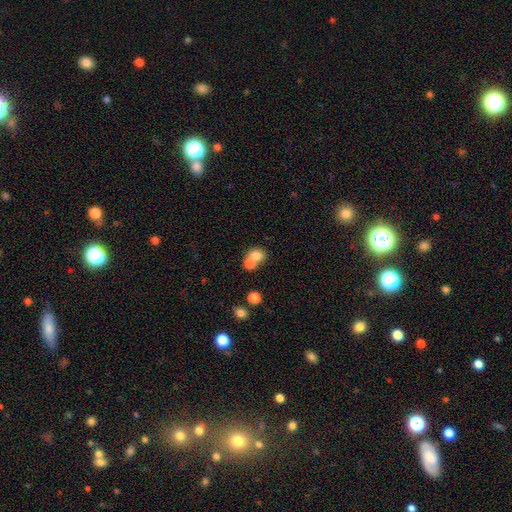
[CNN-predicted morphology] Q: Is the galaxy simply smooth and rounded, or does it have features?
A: smooth — 76%.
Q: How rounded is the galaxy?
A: round — 59%.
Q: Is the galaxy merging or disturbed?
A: merger — 58%.